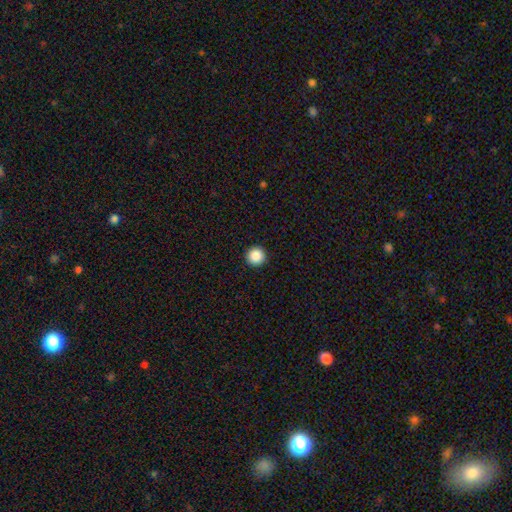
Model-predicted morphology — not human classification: smooth-or-featured: smooth: 88% | star or artifact: 9% | featured or disk: 3%
  how-rounded: round: 97% | in between: 2% | cigar-shaped: 1%
  merging: none: 94% | minor disturbance: 4% | major disturbance: 1% | merger: 1%